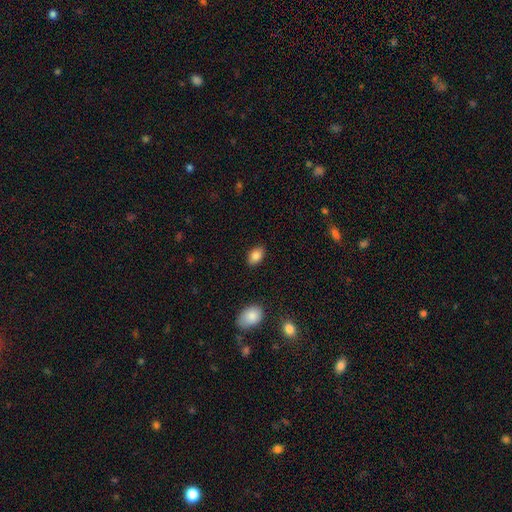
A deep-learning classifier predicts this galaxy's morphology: smooth 87%, star or artifact 8%, featured or disk 5%. Down the decision tree: how rounded — in between (88%); merging — none (86%).